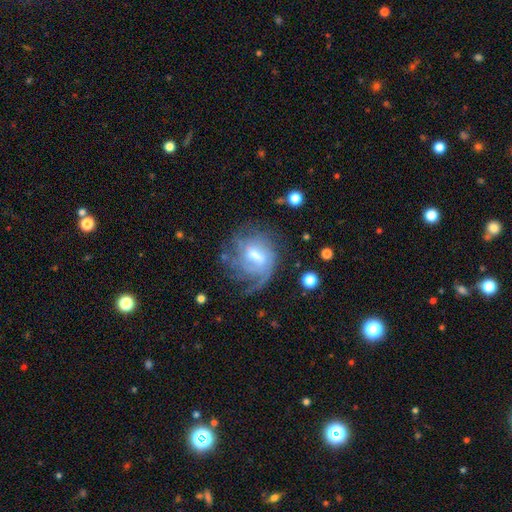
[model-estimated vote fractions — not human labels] smooth-or-featured: featured or disk: 77% | smooth: 15% | star or artifact: 8%
  disk-edge-on: no: 97% | yes: 3%
    bar: weak: 57% | strong: 24% | no: 19%
    has-spiral-arms: yes: 88% | no: 12%
      spiral-winding: tight: 42% | medium: 38% | loose: 21%
      spiral-arm-count: can't tell: 42% | 2: 17% | 3: 14% | 1: 13% | 4: 9% | more than 4: 5%
    bulge-size: moderate: 52% | small: 26% | large: 12% | none: 8% | dominant: 1%
  merging: none: 49% | major disturbance: 27% | minor disturbance: 21% | merger: 3%